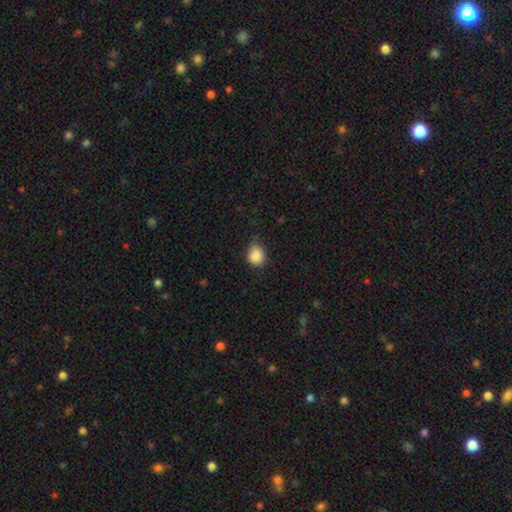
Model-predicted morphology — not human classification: Overall: smooth (88%). How rounded: round (63%; in between 36%). Merging: none (75%).